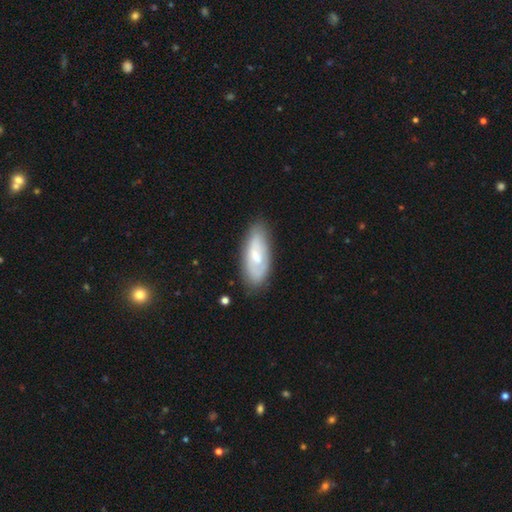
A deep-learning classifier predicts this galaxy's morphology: This appears to be a smooth galaxy with no disk features (48%). Merging: none (74%).